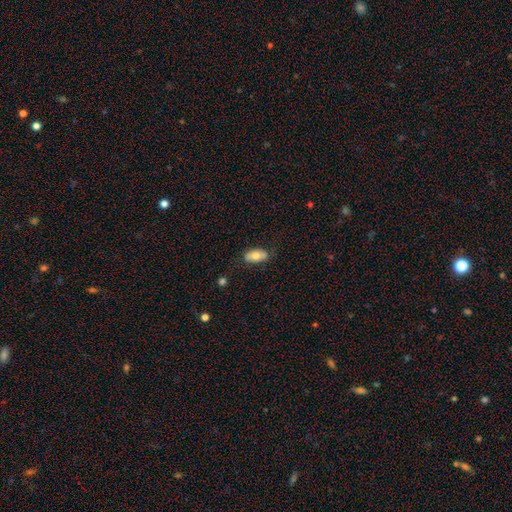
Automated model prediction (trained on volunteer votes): A smooth galaxy with no disk features (71%) that is in between round and cigar-shaped (92%).

Vote fractions:
- Smooth or featured? smooth: 71% / featured or disk: 23% / star or artifact: 7%
- How rounded? in between: 92% / cigar-shaped: 4% / round: 4%
- Merging? none: 78% / minor disturbance: 17% / major disturbance: 4% / merger: 1%